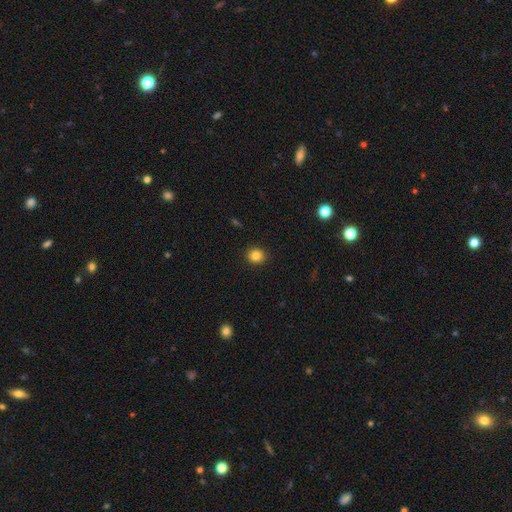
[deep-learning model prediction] A smooth galaxy with no disk features (84%) that is round (83%). Merging: none (91%).